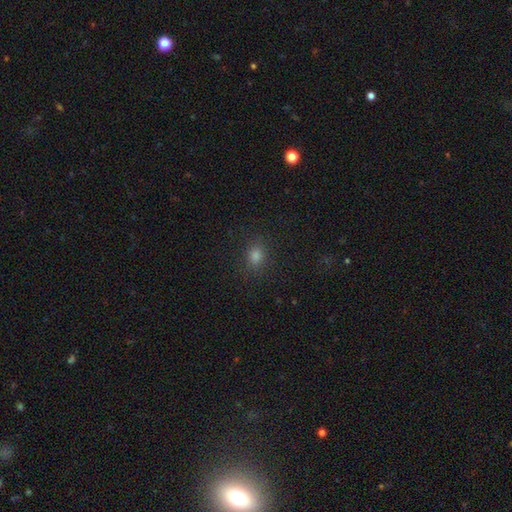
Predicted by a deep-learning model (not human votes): Overall: smooth (76%). How rounded: round (58%; in between 41%). Merging: none (87%).